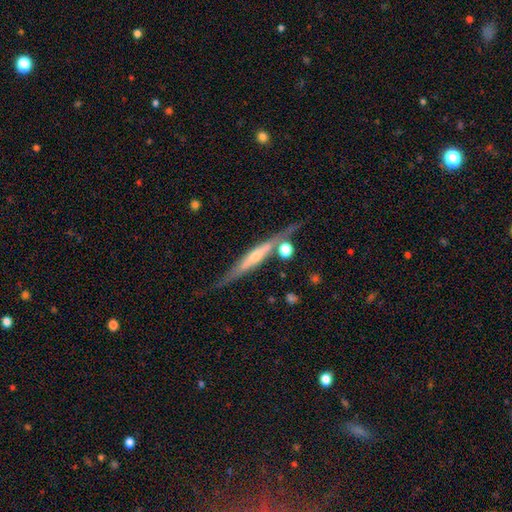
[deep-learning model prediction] smooth_or_featured: featured or disk (p=0.72) [alt: smooth p=0.21]
disk_edge_on: yes (p=0.93) [alt: no p=0.07]
edge_on_bulge: rounded (p=0.64) [alt: none p=0.22]
merging: none (p=0.67) [alt: minor disturbance p=0.17]